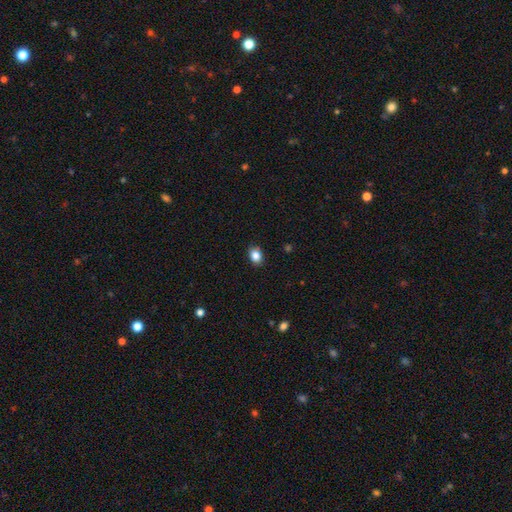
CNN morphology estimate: Smooth or featured? Predicted: smooth (p=0.85). How rounded? Predicted: in between (p=0.68). Merging? Predicted: none (p=0.87).